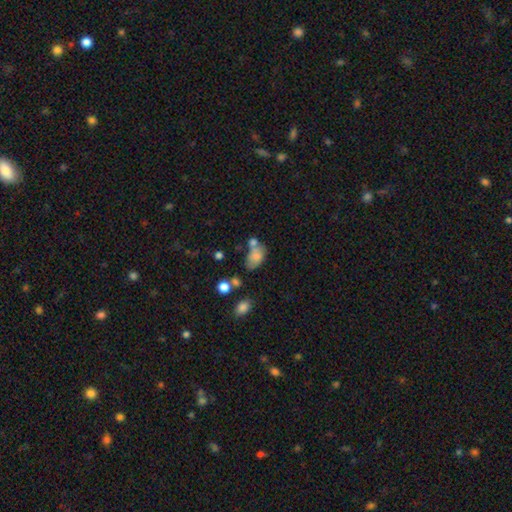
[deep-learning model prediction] smooth 72%, featured or disk 17%, star or artifact 11%. Down the decision tree: how rounded — in between (87%); merging — merger (35%).